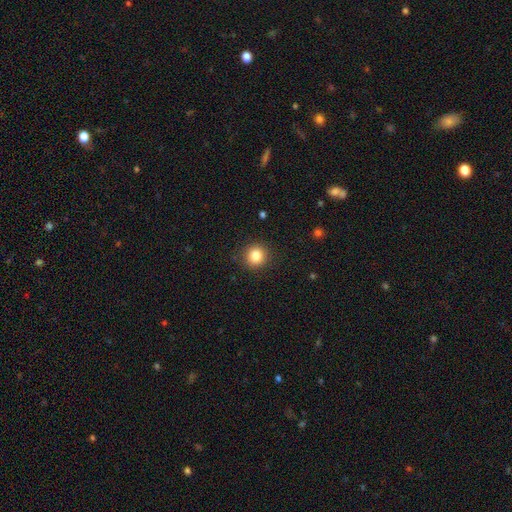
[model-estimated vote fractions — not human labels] smooth-or-featured: smooth: 84% | star or artifact: 11% | featured or disk: 5%
  how-rounded: round: 92% | in between: 7% | cigar-shaped: 1%
  merging: none: 91% | minor disturbance: 6% | major disturbance: 2% | merger: 1%